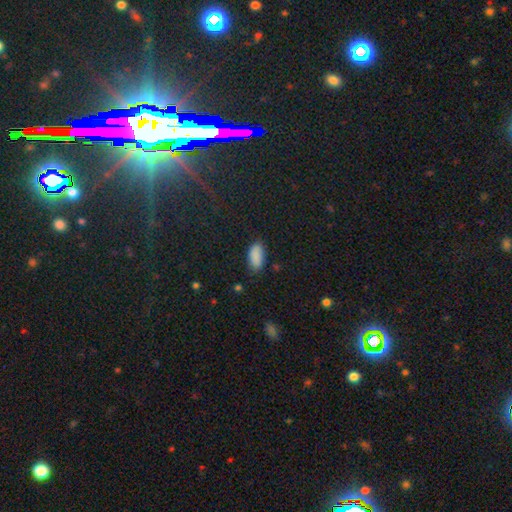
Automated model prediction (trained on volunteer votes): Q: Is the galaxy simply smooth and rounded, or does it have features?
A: smooth — 88%.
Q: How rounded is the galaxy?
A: in between — 92%.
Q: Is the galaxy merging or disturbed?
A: none — 80%.